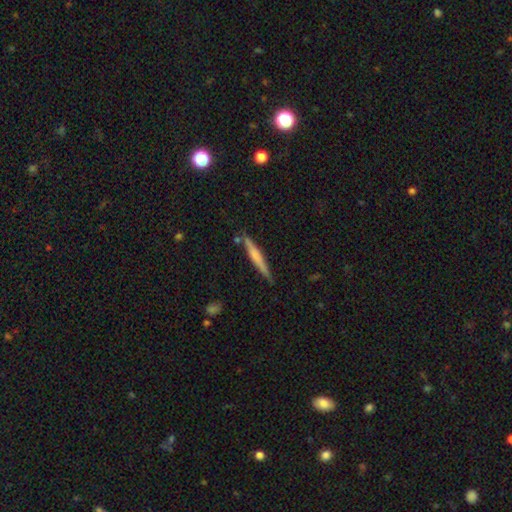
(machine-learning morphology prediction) The model was most divided on "smooth or featured": smooth: 55%, featured or disk: 39%, star or artifact: 6%. More confident: how rounded — cigar-shaped (95%); merging — none (80%).